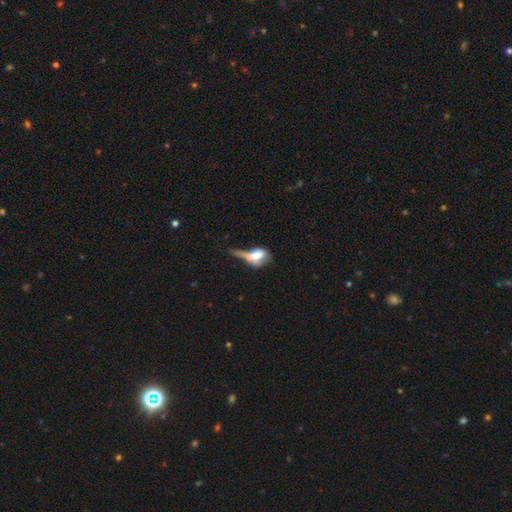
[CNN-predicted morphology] Smooth or featured?
  - smooth: 54% *
  - featured or disk: 36%
  - star or artifact: 11%
How rounded?
  - in between: 71% *
  - round: 17%
  - cigar-shaped: 12%
Merging?
  - major disturbance: 44% *
  - merger: 21%
  - minor disturbance: 19%
  - none: 17%